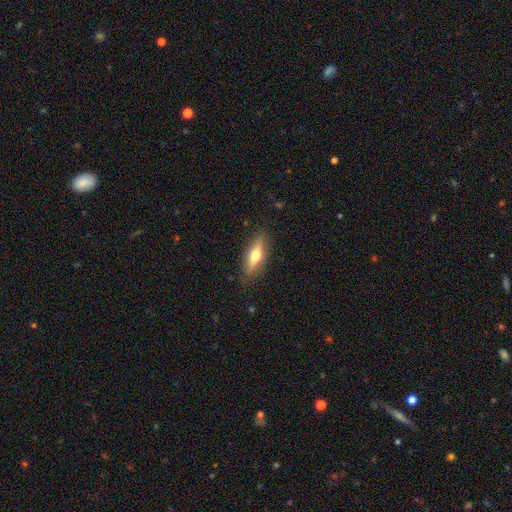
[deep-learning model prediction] A smooth galaxy with no disk features (51%) that is cigar-shaped (51%).

Vote fractions:
- Smooth or featured? smooth: 51% / featured or disk: 42% / star or artifact: 7%
- How rounded? cigar-shaped: 51% / in between: 46% / round: 3%
- Merging? none: 85% / minor disturbance: 11% / major disturbance: 3% / merger: 1%